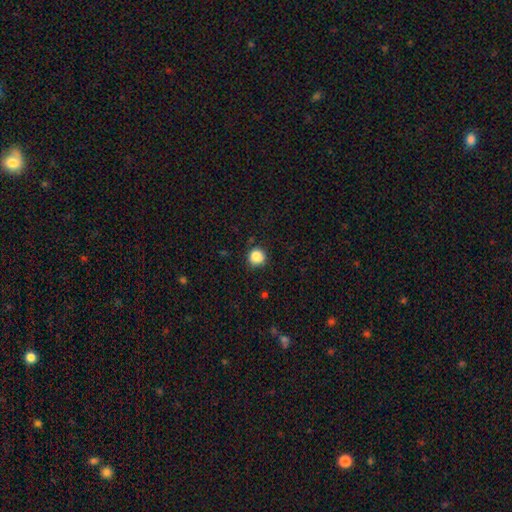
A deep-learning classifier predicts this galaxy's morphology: A smooth galaxy with no disk features (86%) that is round (92%).

Vote fractions:
- Smooth or featured? smooth: 86% / star or artifact: 10% / featured or disk: 4%
- How rounded? round: 92% / in between: 7% / cigar-shaped: 1%
- Merging? none: 84% / minor disturbance: 12% / major disturbance: 3% / merger: 1%